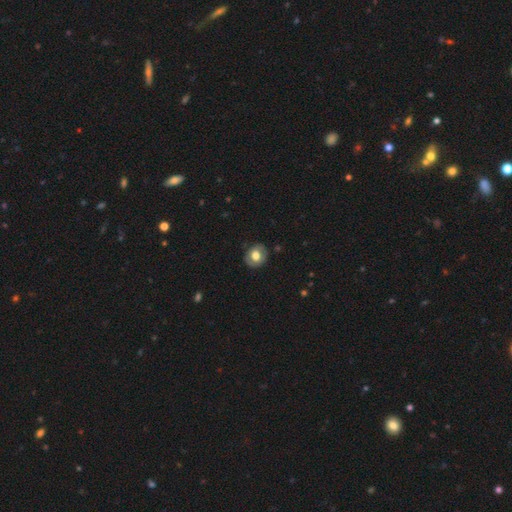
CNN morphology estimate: Smooth or featured: smooth — 60% (featured or disk — 32%)
How rounded: round — 69% (in between — 30%)
Merging: none — 83% (minor disturbance — 12%)